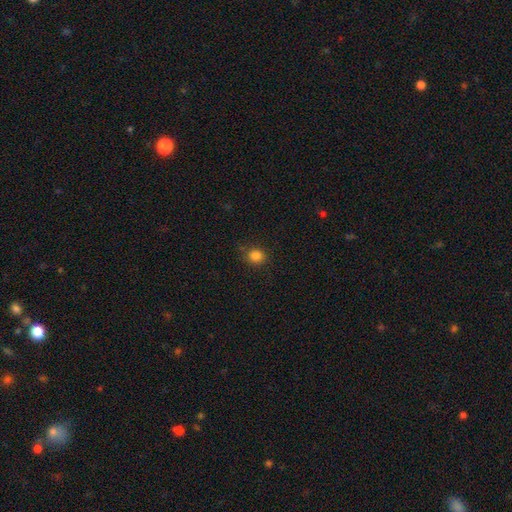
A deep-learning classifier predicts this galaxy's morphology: Overall: smooth (83%). How rounded: round (84%). Merging: none (84%).